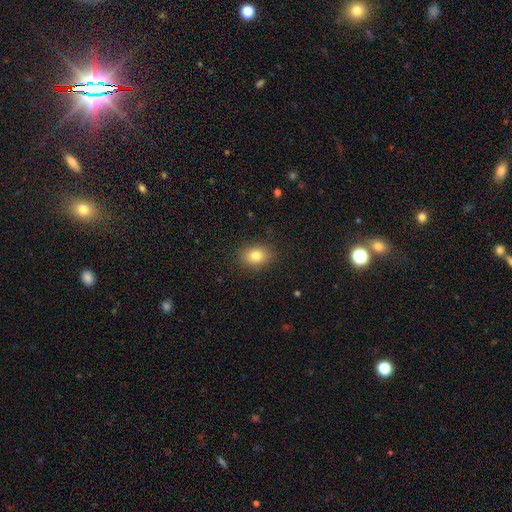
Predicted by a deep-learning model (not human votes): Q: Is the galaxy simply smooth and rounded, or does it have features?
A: smooth — 82%.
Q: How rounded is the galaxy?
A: in between — 64%.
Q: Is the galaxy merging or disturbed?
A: none — 87%.